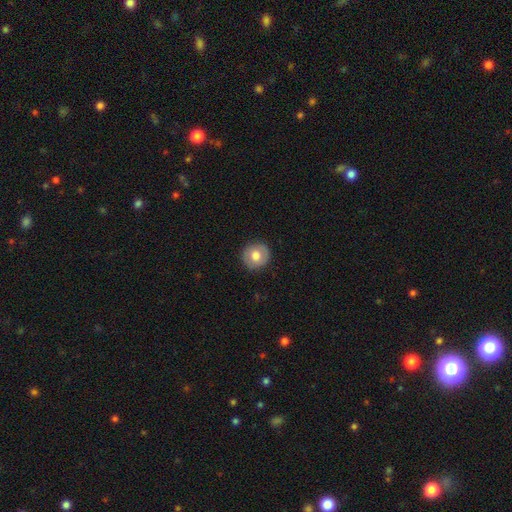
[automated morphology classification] Smooth or featured?
  - smooth: 72% *
  - featured or disk: 21%
  - star or artifact: 7%
How rounded?
  - round: 91% *
  - in between: 8%
  - cigar-shaped: 1%
Merging?
  - none: 89% *
  - minor disturbance: 8%
  - major disturbance: 2%
  - merger: 1%